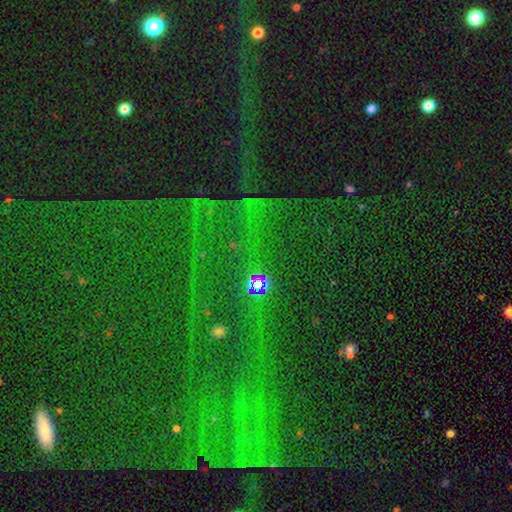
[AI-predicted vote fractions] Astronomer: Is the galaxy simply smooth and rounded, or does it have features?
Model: star or artifact — 80%.